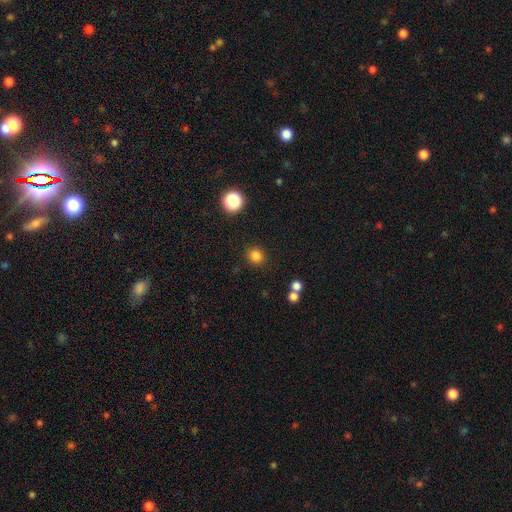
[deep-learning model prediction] smooth-or-featured: smooth: 83% | star or artifact: 13% | featured or disk: 4%
  how-rounded: round: 90% | in between: 9% | cigar-shaped: 1%
  merging: none: 89% | minor disturbance: 6% | merger: 3% | major disturbance: 2%